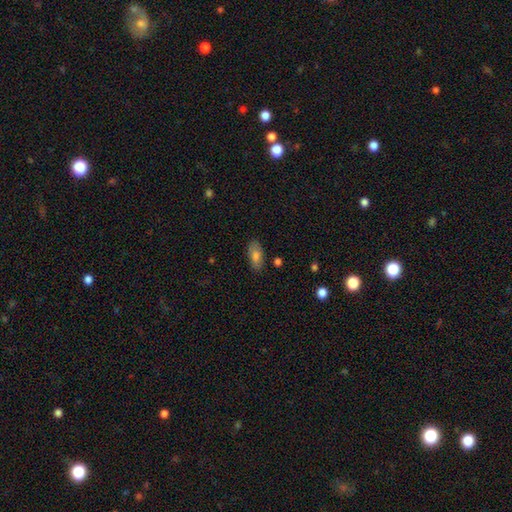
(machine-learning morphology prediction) A smooth galaxy with no disk features (78%) that is in between round and cigar-shaped (90%). Merging: none (83%).